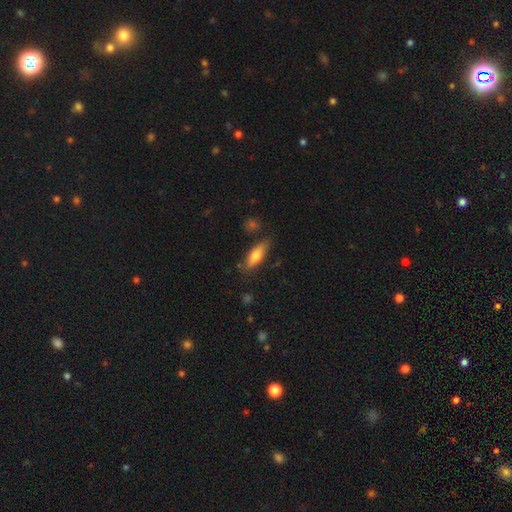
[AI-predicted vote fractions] This appears to be a smooth galaxy with no disk features (67%) that is in between round and cigar-shaped (53%). Merging: none (76%).